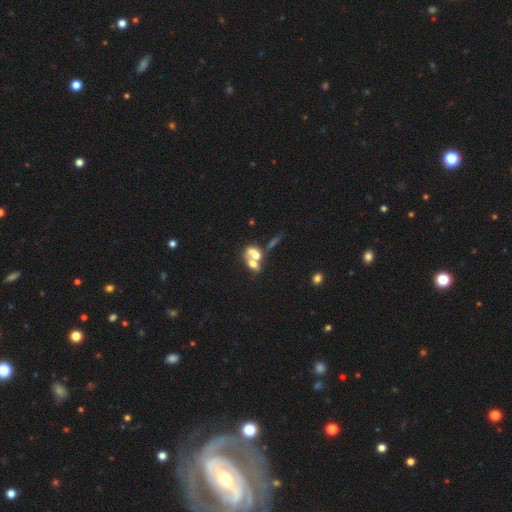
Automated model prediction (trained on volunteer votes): smooth_or_featured: smooth (p=0.47) [alt: featured or disk p=0.40]
merging: merger (p=0.72) [alt: none p=0.15]